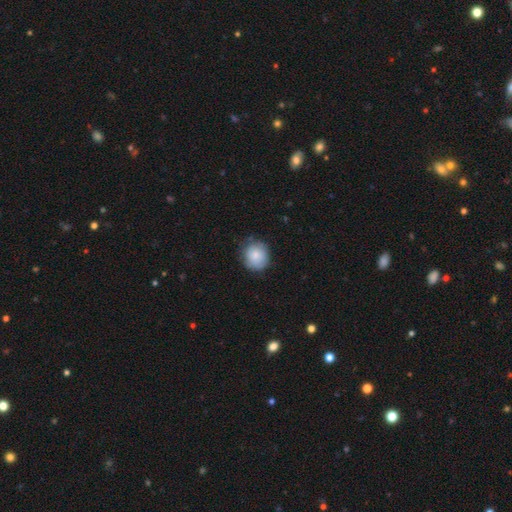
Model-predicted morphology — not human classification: A smooth galaxy with no disk features (79%) that is round (82%). Merging: none (73%).